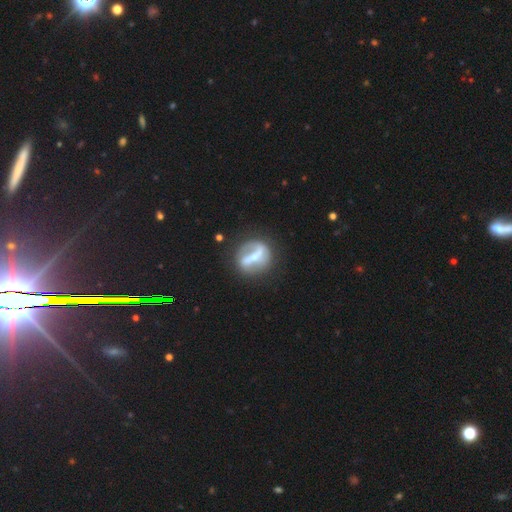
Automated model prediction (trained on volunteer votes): Smooth or featured? Predicted: featured or disk (p=0.68). Edge-on disk? Predicted: no (p=0.91). Bar? Predicted: strong (p=0.76). Spiral arms? Predicted: no (p=0.55). Bulge size? Predicted: none (p=0.33). Merging? Predicted: none (p=0.63).